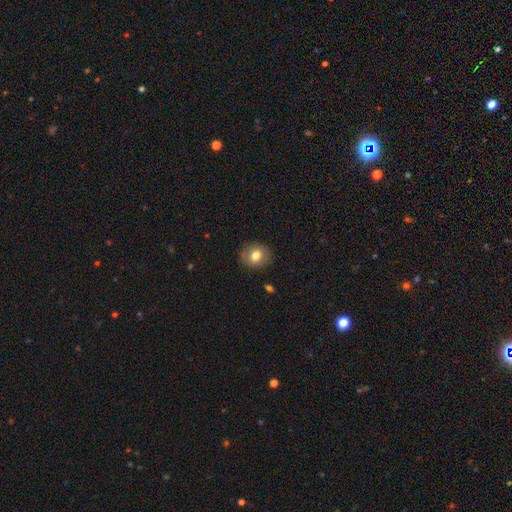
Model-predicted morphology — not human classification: This is likely a smooth galaxy (77%). How rounded: likely round (69%). Merging: clearly none (87%).